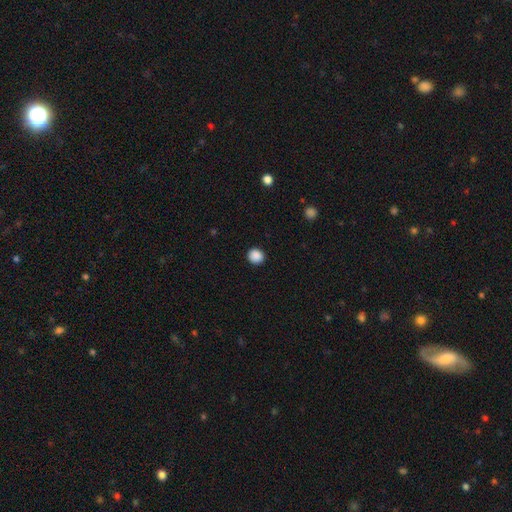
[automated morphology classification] Q: Smooth or featured?
A: smooth (89%); runner-up: star or artifact (9%)
Q: How rounded?
A: round (86%); runner-up: in between (13%)
Q: Merging?
A: none (92%); runner-up: minor disturbance (6%)